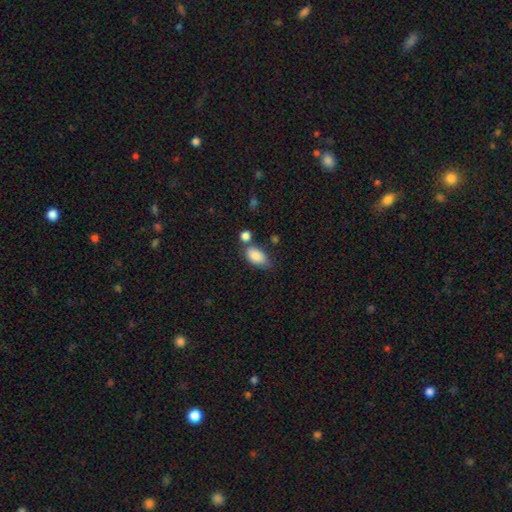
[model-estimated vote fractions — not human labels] Smooth or featured? smooth (87%)
How rounded? in between (91%)
Merging? none (52%)